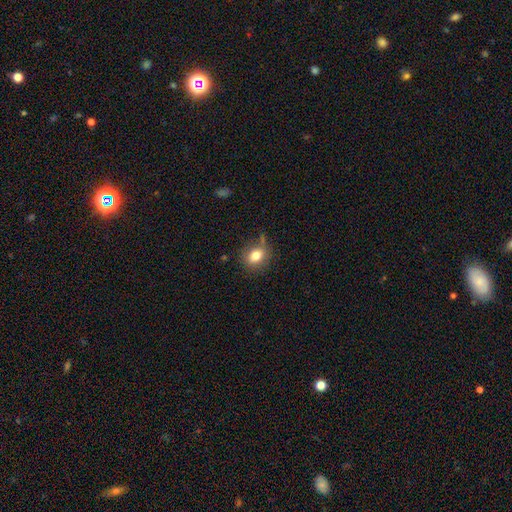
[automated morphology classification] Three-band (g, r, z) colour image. It shows a smooth galaxy with no disk features (80%) that is round (52%). Merging: none (73%).